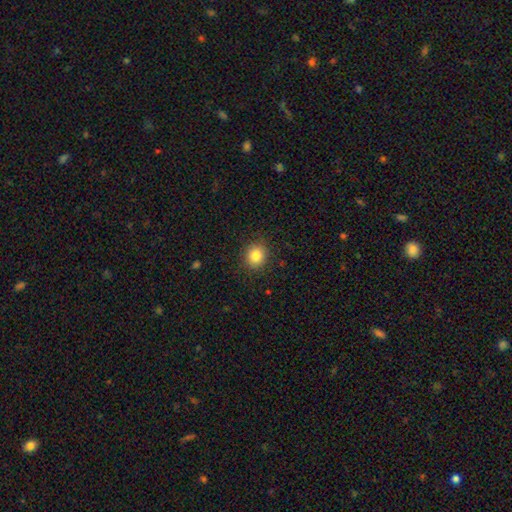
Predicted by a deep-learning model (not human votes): Morphology: type=smooth (84%); roundness=round (82%); merging=none (89%).